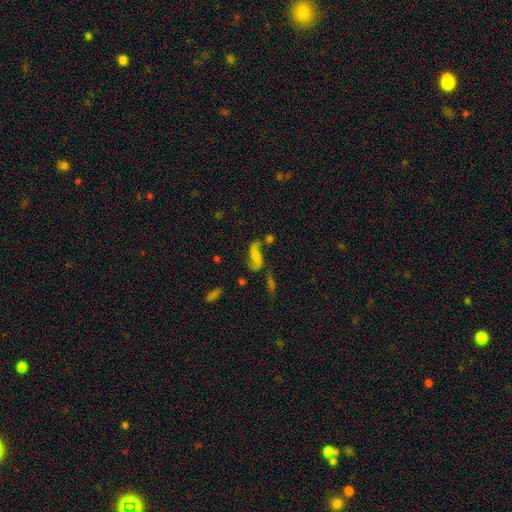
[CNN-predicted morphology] The model was most divided on "bar": no: 52%, weak: 36%, strong: 13%. Remaining: edge-on disk — no (93%); spiral arms — yes (87%); smooth or featured — featured or disk (54%); merging — none (49%); bulge size — none (46%).